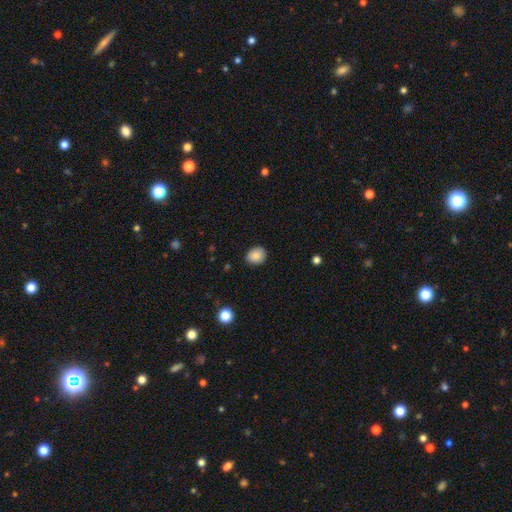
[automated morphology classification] smooth 87%, star or artifact 9%, featured or disk 5%. Down the decision tree: how rounded — round (60%); merging — none (86%).